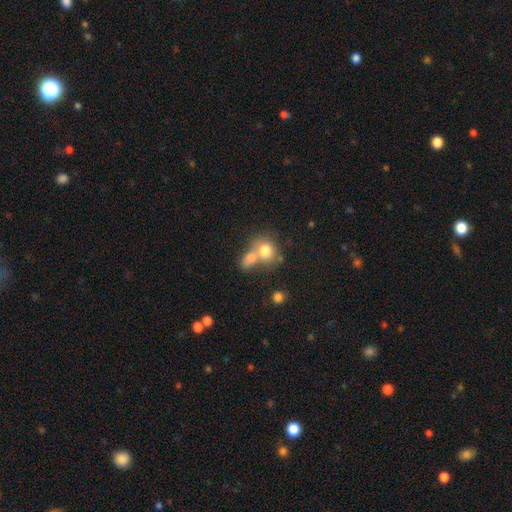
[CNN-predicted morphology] The model was most divided on "merging": merger: 60%, none: 28%, minor disturbance: 8%, major disturbance: 4%. More confident: smooth or featured — smooth (71%); how rounded — round (66%).